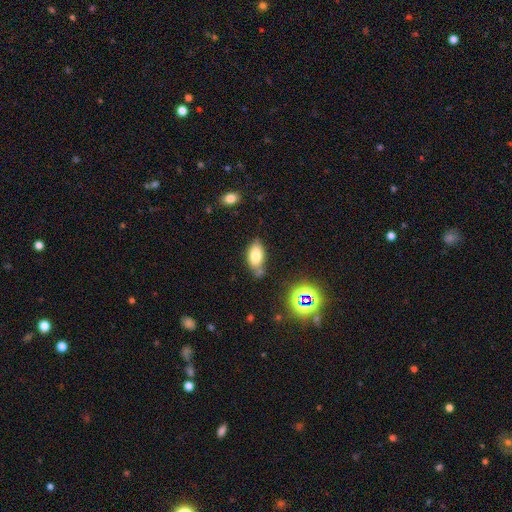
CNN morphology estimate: This is likely a smooth galaxy (76%). How rounded: clearly in between (91%). Merging: possibly none (59%).